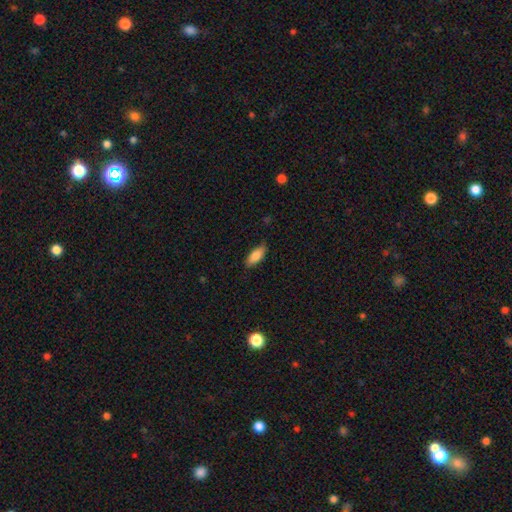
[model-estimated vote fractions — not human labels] Smooth or featured?
  - smooth: 84% *
  - featured or disk: 10%
  - star or artifact: 6%
How rounded?
  - in between: 77% *
  - cigar-shaped: 21%
  - round: 2%
Merging?
  - none: 84% *
  - minor disturbance: 13%
  - major disturbance: 2%
  - merger: 1%